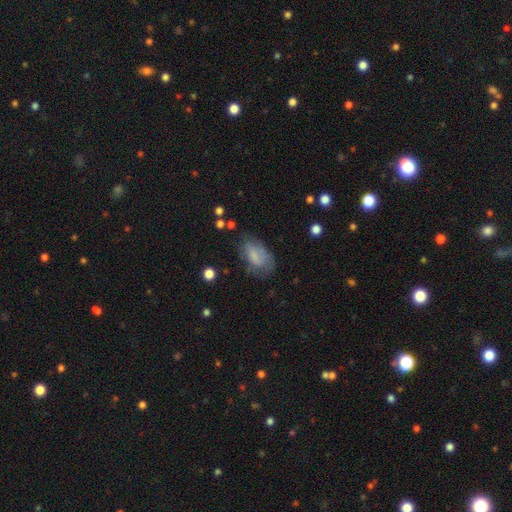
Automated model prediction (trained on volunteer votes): This appears to be a smooth galaxy with no disk features (69%) that is in between round and cigar-shaped (91%). Merging: none (50%).